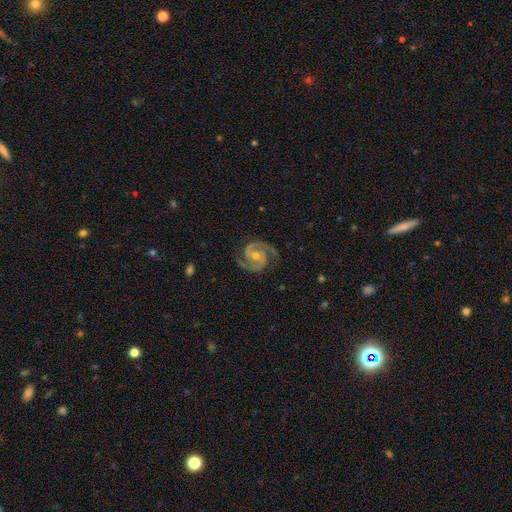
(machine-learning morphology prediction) Smooth or featured?
  - featured or disk: 93% *
  - star or artifact: 4%
  - smooth: 2%
Edge-on disk?
  - no: 98% *
  - yes: 2%
Bar?
  - no: 51% *
  - weak: 34%
  - strong: 15%
Spiral arms?
  - yes: 99% *
  - no: 1%
Spiral winding?
  - medium: 52% *
  - tight: 42%
  - loose: 6%
Spiral arm count?
  - 2: 93% *
  - 3: 3%
  - can't tell: 1%
  - 1: 1%
  - 4: 1%
  - more than 4: 1%
Bulge size?
  - moderate: 52% *
  - small: 44%
  - large: 1%
  - none: 1%
  - dominant: 1%
Merging?
  - none: 84% *
  - minor disturbance: 12%
  - major disturbance: 3%
  - merger: 1%